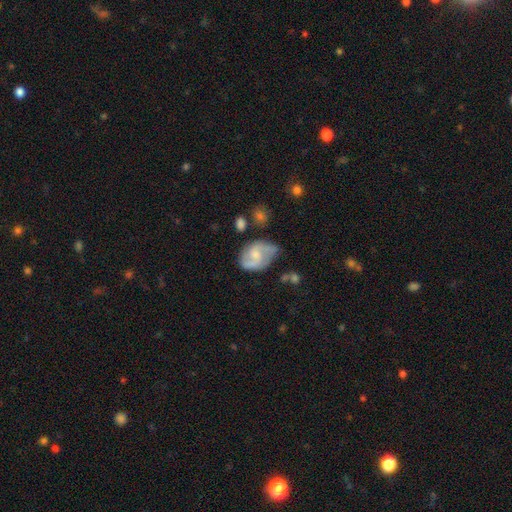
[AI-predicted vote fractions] Smooth or featured? Predicted: featured or disk (p=0.69). Edge-on disk? Predicted: no (p=0.97). Bar? Predicted: no (p=0.50). Spiral arms? Predicted: yes (p=0.90). Spiral winding? Predicted: medium (p=0.49). Spiral arm count? Predicted: 2 (p=0.82). Bulge size? Predicted: small (p=0.47). Merging? Predicted: none (p=0.55).